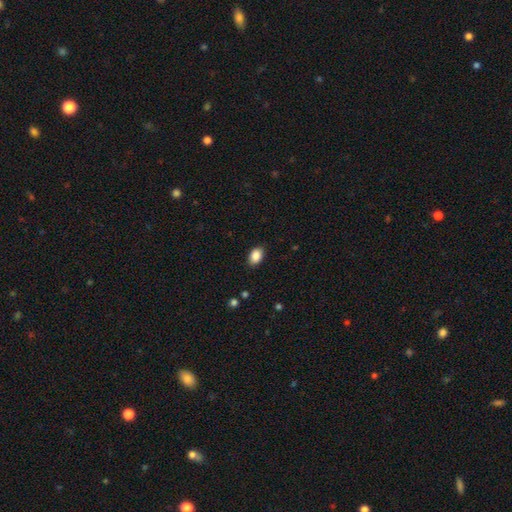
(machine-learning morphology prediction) Smooth or featured? smooth (88%)
How rounded? in between (83%)
Merging? none (86%)